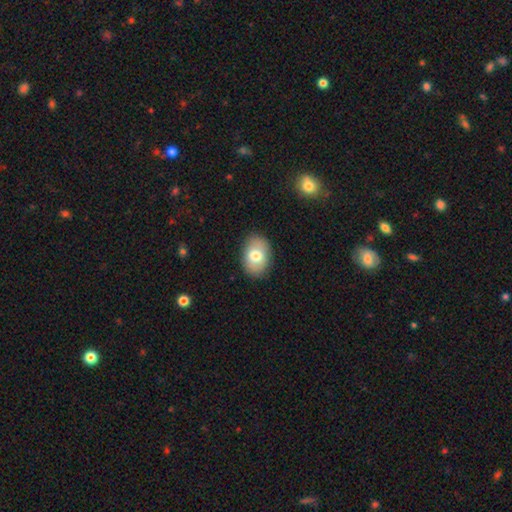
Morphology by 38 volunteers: Overall: smooth (76%). How rounded: in between (66%; round 34%). Merging: none (86%).